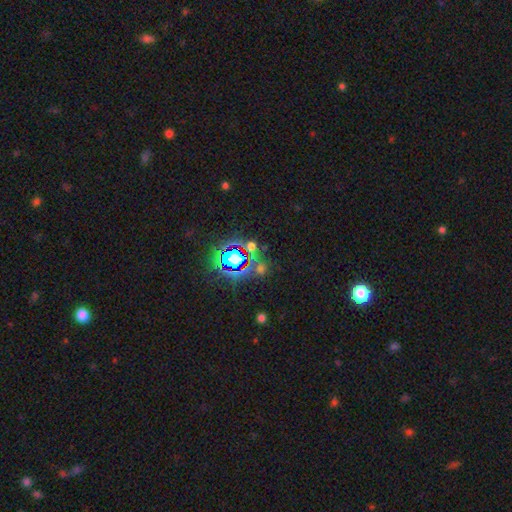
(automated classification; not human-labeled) Q: Smooth or featured?
A: star or artifact (77%); runner-up: smooth (15%)